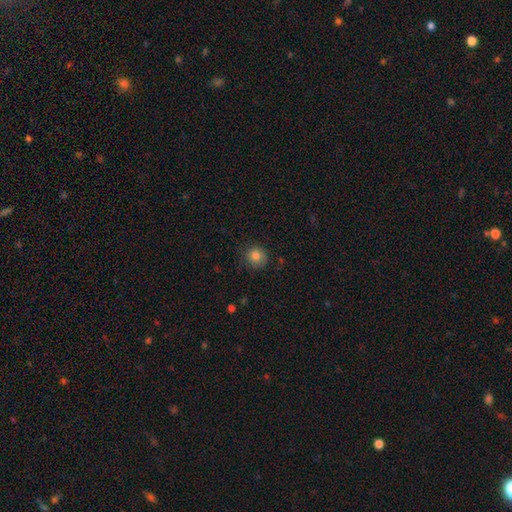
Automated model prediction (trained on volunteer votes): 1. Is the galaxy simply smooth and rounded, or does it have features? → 82% smooth, 11% star or artifact, 7% featured or disk.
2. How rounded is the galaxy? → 90% round, 9% in between, 1% cigar-shaped.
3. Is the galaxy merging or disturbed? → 83% none, 13% minor disturbance, 3% major disturbance, 1% merger.